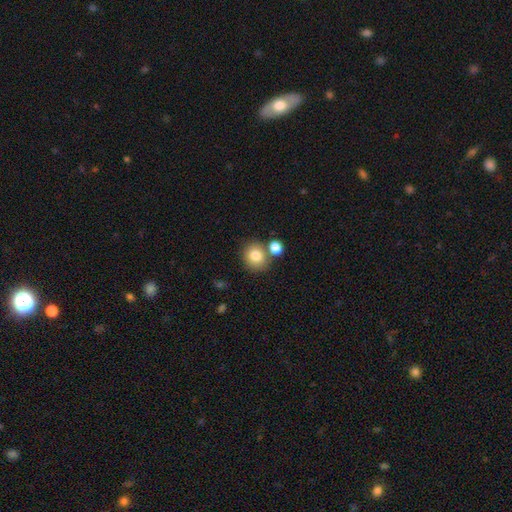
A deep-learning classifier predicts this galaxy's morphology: Smooth or featured: smooth — 81% (star or artifact — 10%)
How rounded: round — 80% (in between — 19%)
Merging: none — 67% (merger — 21%)